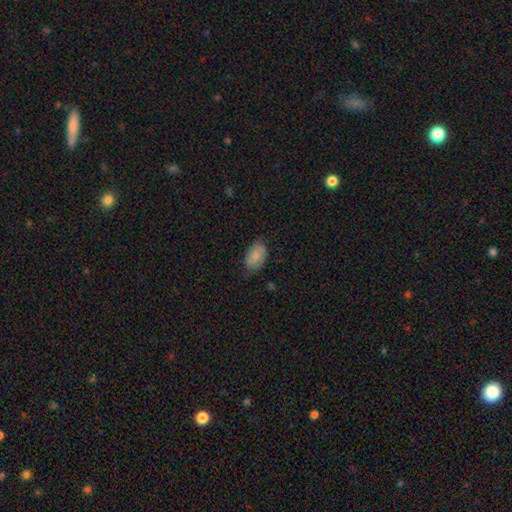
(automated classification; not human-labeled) smooth_or_featured: smooth (p=0.71) [alt: featured or disk p=0.22]
how_rounded: in between (p=0.92) [alt: round p=0.07]
merging: none (p=0.72) [alt: minor disturbance p=0.22]